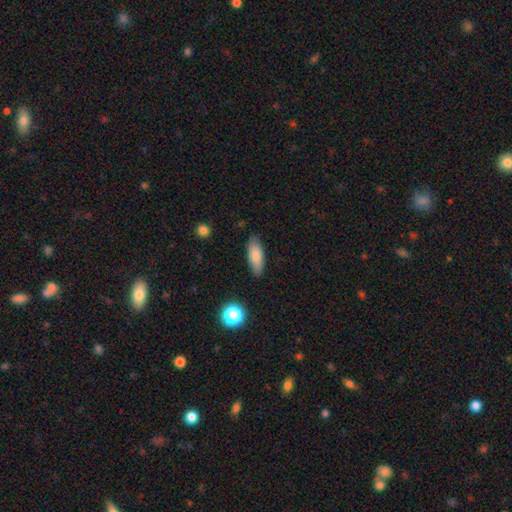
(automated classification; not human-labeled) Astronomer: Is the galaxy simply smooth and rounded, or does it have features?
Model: smooth — 82%.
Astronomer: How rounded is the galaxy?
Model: in between — 69%.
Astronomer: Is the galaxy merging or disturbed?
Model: none — 86%.